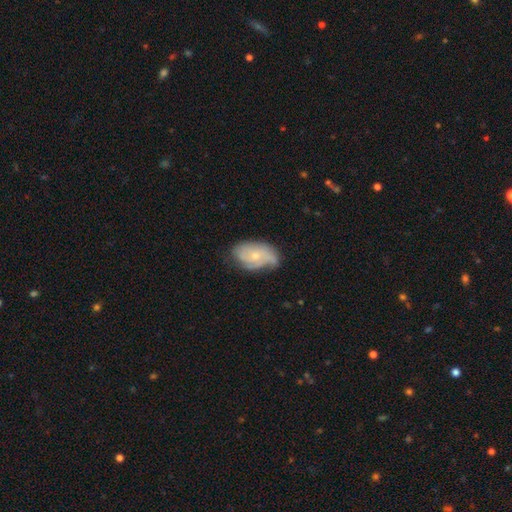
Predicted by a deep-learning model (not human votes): featured or disk 60%, smooth 33%, star or artifact 7%. Down the decision tree: edge-on disk — no (96%); bar — no (80%); spiral arms — yes (81%); bulge size — small (64%); merging — none (53%).